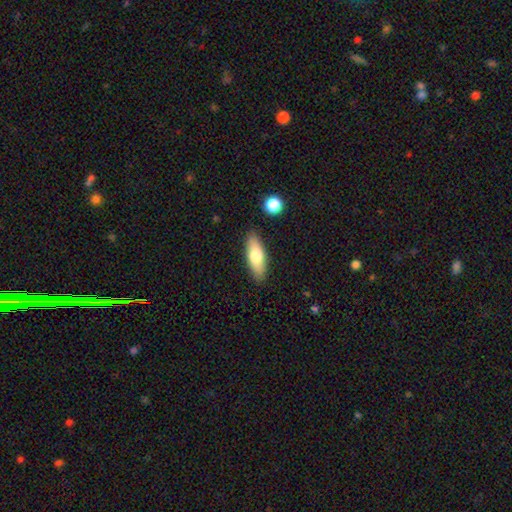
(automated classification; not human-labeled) This appears to be a smooth galaxy with no disk features (73%) that is in between round and cigar-shaped (62%). Merging: none (86%).